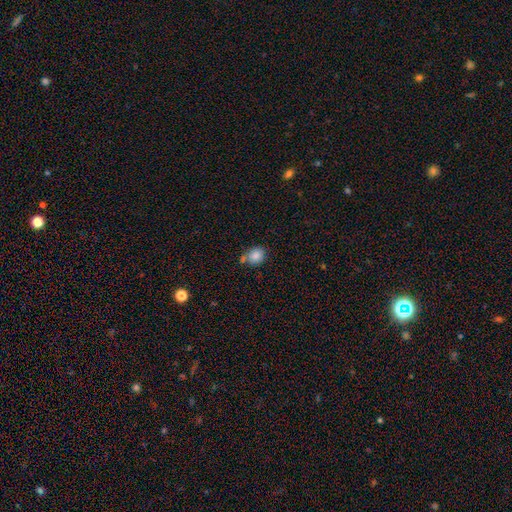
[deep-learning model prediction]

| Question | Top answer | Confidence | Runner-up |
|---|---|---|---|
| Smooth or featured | smooth | 85% | star or artifact (9%) |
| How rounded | round | 64% | in between (35%) |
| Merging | none | 58% | merger (22%) |